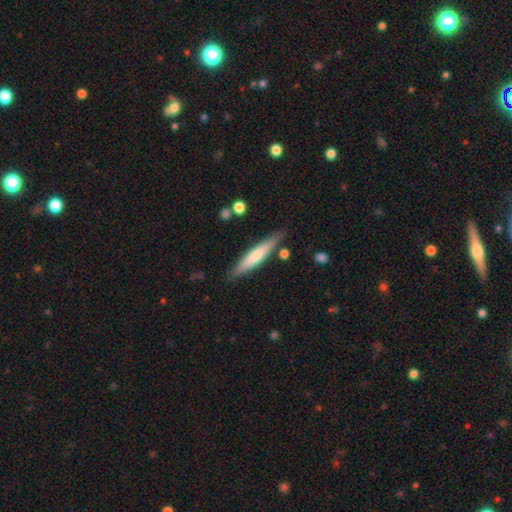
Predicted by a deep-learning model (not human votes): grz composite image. It shows a smooth galaxy with no disk features (61%) that is cigar-shaped (88%). Merging: none (84%).